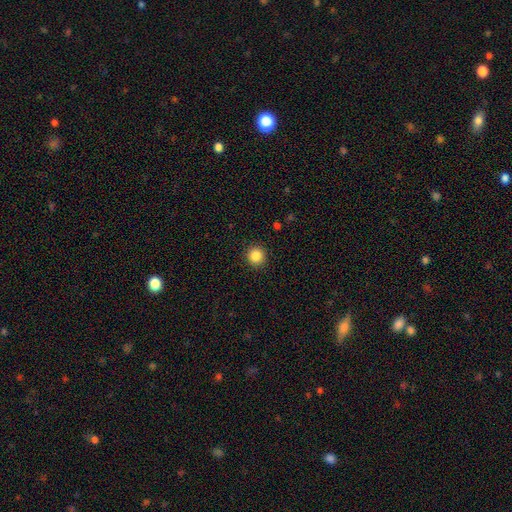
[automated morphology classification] Q: Smooth or featured?
A: smooth (86%); runner-up: star or artifact (10%)
Q: How rounded?
A: round (95%); runner-up: in between (4%)
Q: Merging?
A: none (92%); runner-up: minor disturbance (5%)